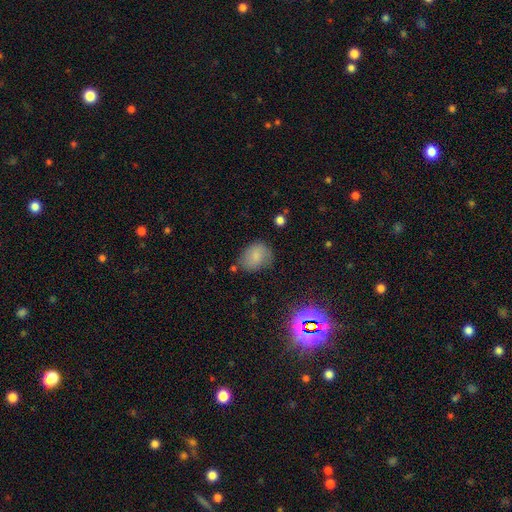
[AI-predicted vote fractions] Smooth or featured: smooth — 78% (featured or disk — 12%)
How rounded: in between — 61% (round — 38%)
Merging: none — 65% (minor disturbance — 24%)